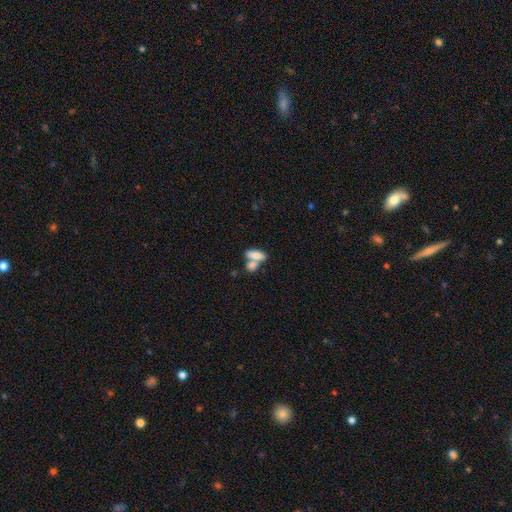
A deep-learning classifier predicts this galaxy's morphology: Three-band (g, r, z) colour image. It shows a smooth galaxy with no disk features (74%) that is in between round and cigar-shaped (80%). Merging: merger (55%).